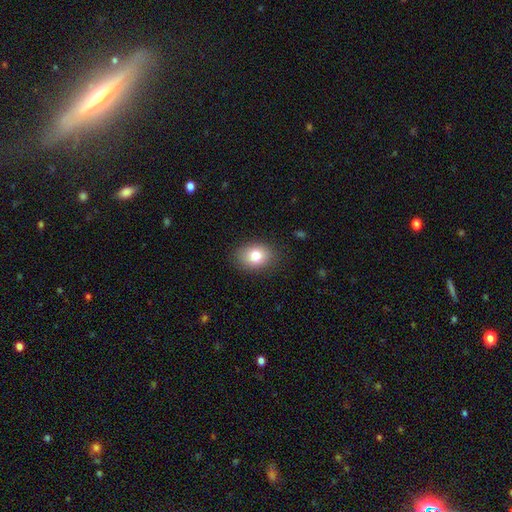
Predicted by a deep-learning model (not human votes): The model was most divided on "how rounded": in between: 68%, round: 31%, cigar-shaped: 1%. More confident: merging — none (85%); smooth or featured — smooth (81%).